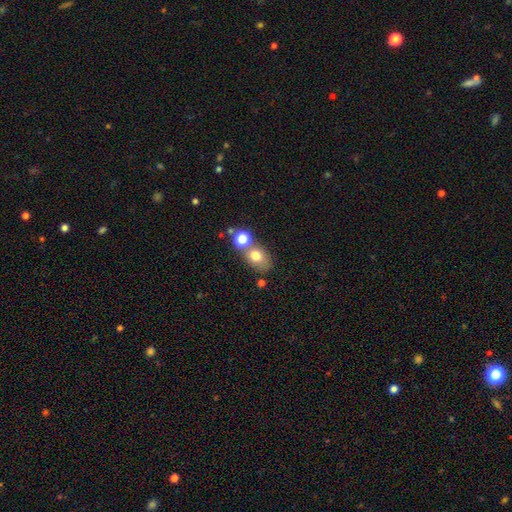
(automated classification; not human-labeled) Smooth or featured? smooth (73%)
How rounded? in between (64%)
Merging? none (50%)